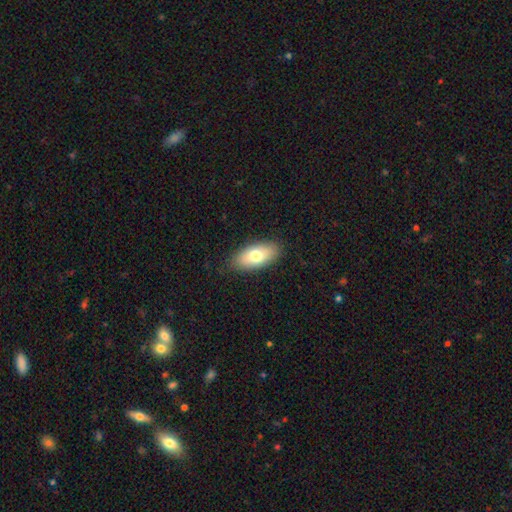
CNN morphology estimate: Smooth or featured? Predicted: smooth (p=0.72). How rounded? Predicted: in between (p=0.88). Merging? Predicted: none (p=0.86).